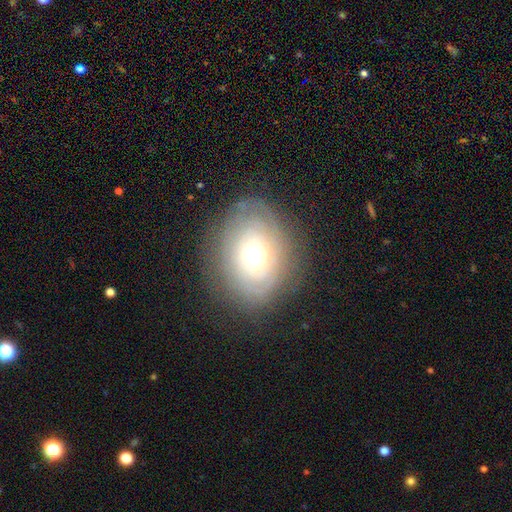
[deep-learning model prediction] Smooth or featured?
  - featured or disk: 53% *
  - smooth: 36%
  - star or artifact: 11%
Edge-on disk?
  - no: 94% *
  - yes: 6%
Bar?
  - no: 83% *
  - weak: 13%
  - strong: 4%
Spiral arms?
  - yes: 53% *
  - no: 47%
Bulge size?
  - moderate: 60% *
  - large: 27%
  - small: 7%
  - dominant: 4%
  - none: 1%
Merging?
  - none: 76% *
  - minor disturbance: 15%
  - major disturbance: 7%
  - merger: 1%